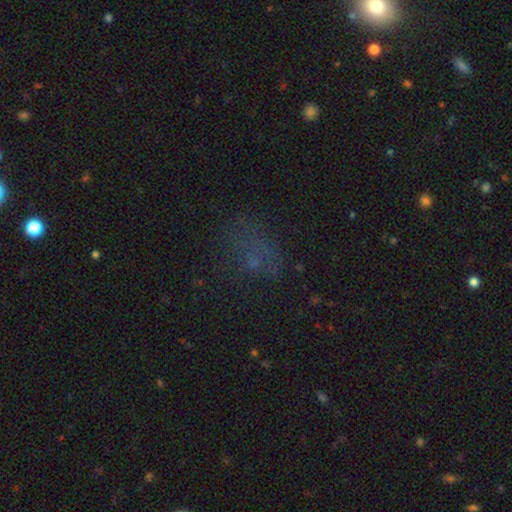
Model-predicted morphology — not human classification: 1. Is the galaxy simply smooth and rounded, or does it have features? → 43% smooth, 37% star or artifact, 21% featured or disk.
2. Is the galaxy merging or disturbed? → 51% none, 25% major disturbance, 20% minor disturbance, 4% merger.